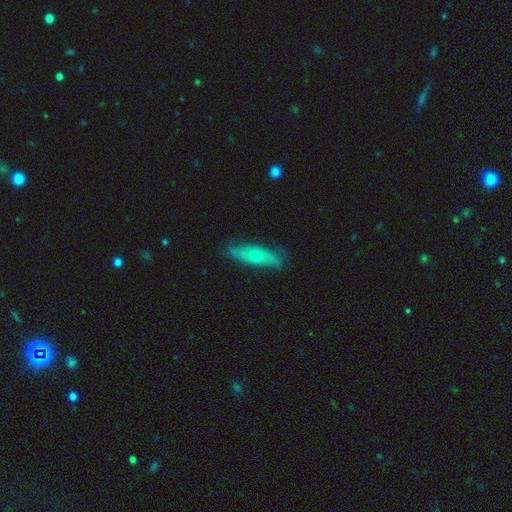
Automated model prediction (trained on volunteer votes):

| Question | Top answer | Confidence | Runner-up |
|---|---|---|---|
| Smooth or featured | smooth | 52% | featured or disk (42%) |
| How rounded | cigar-shaped | 52% | in between (45%) |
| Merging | none | 75% | minor disturbance (20%) |